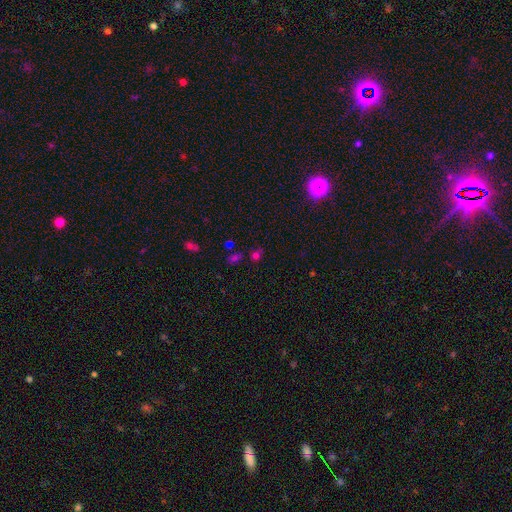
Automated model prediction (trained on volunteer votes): A smooth galaxy with no disk features (54%) that is round (64%). Merging: none (65%).